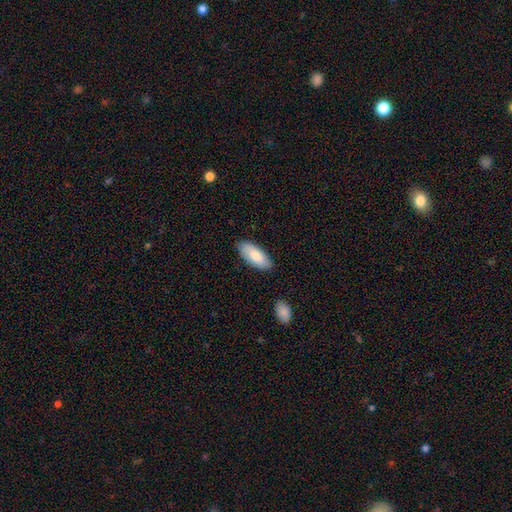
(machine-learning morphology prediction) Smooth or featured? Predicted: smooth (p=0.79). How rounded? Predicted: in between (p=0.87). Merging? Predicted: none (p=0.84).